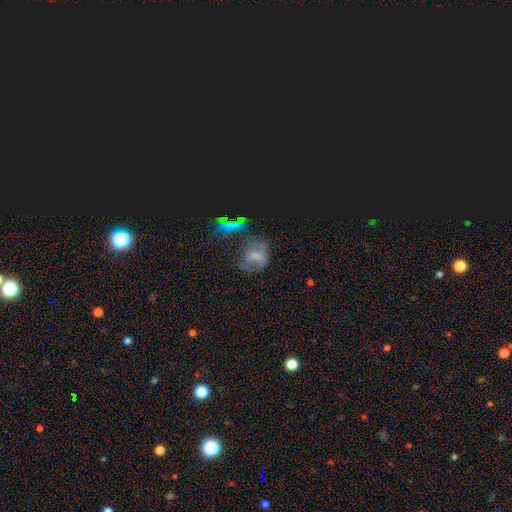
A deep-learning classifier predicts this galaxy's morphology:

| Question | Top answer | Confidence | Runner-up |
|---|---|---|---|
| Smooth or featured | smooth | 42% | star or artifact (30%) |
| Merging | none | 45% | major disturbance (23%) |